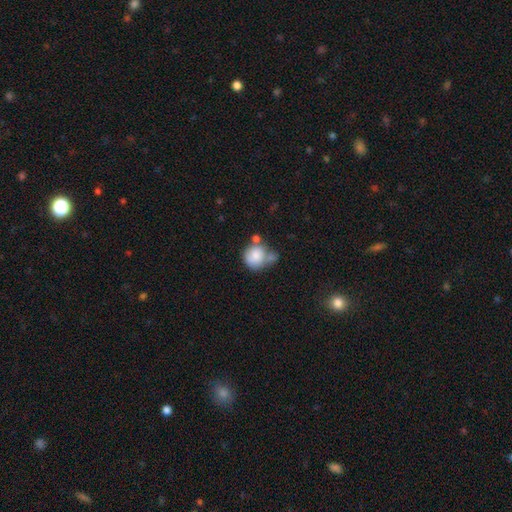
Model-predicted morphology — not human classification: Smooth or featured?
  - smooth: 78% *
  - featured or disk: 14%
  - star or artifact: 8%
How rounded?
  - round: 79% *
  - in between: 20%
  - cigar-shaped: 1%
Merging?
  - none: 36% *
  - merger: 33%
  - minor disturbance: 21%
  - major disturbance: 10%